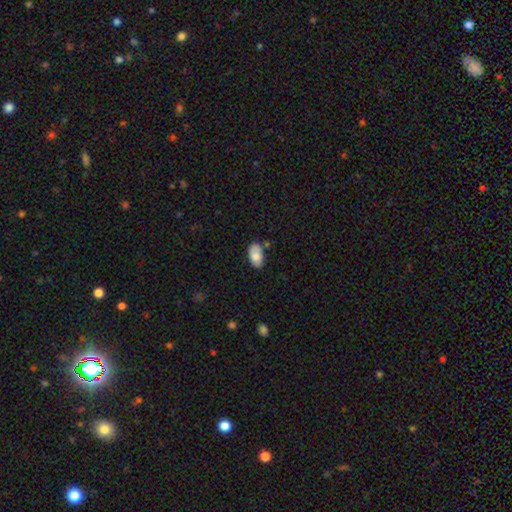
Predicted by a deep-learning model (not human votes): This is likely a smooth galaxy (78%). How rounded: clearly in between (95%). Merging: likely none (70%).